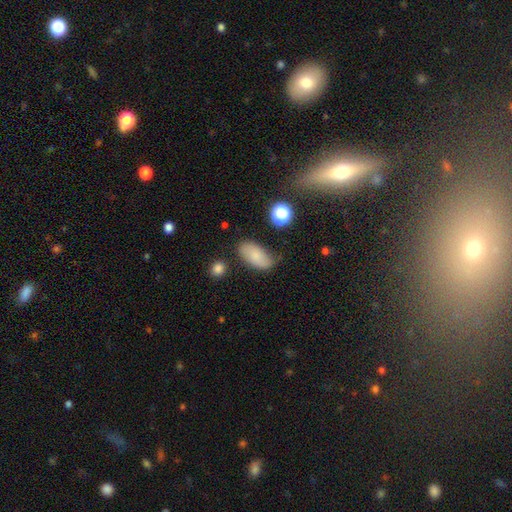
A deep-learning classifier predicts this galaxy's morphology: A smooth galaxy with no disk features (76%) that is in between round and cigar-shaped (92%). Merging: none (71%).